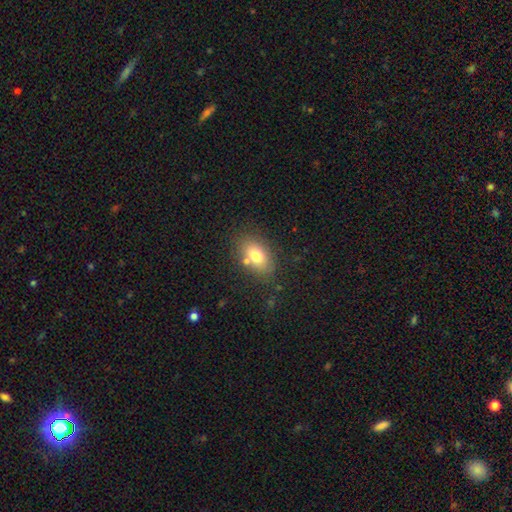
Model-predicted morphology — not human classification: smooth-or-featured: smooth: 76% | featured or disk: 14% | star or artifact: 10%
  how-rounded: in between: 86% | round: 12% | cigar-shaped: 2%
  merging: none: 75% | minor disturbance: 13% | merger: 8% | major disturbance: 4%